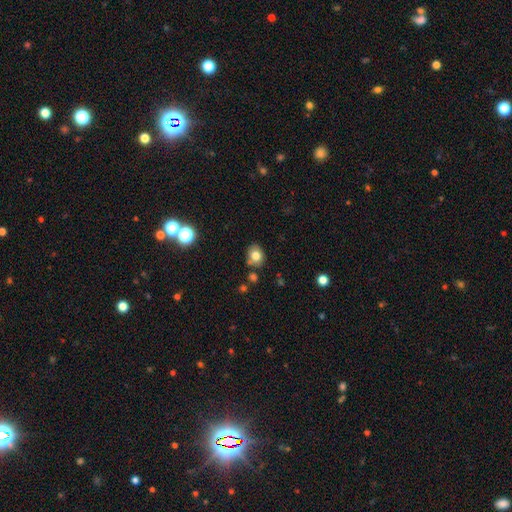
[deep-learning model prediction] Overall: smooth (78%). How rounded: round (57%; in between 42%). Merging: none (73%).